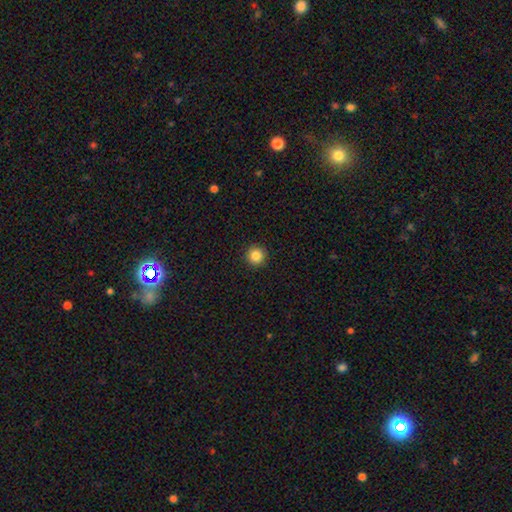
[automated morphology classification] A smooth galaxy with no disk features (85%) that is round (96%).

Vote fractions:
- Smooth or featured? smooth: 85% / star or artifact: 10% / featured or disk: 4%
- How rounded? round: 96% / in between: 3% / cigar-shaped: 1%
- Merging? none: 94% / minor disturbance: 4% / major disturbance: 1% / merger: 1%